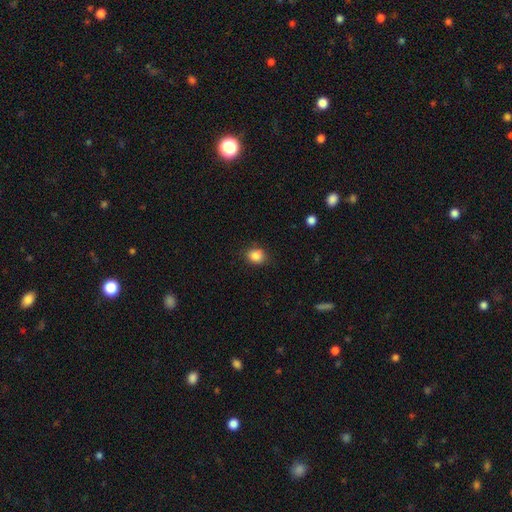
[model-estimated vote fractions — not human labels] A smooth galaxy with no disk features (86%) that is round (58%). Merging: none (83%).